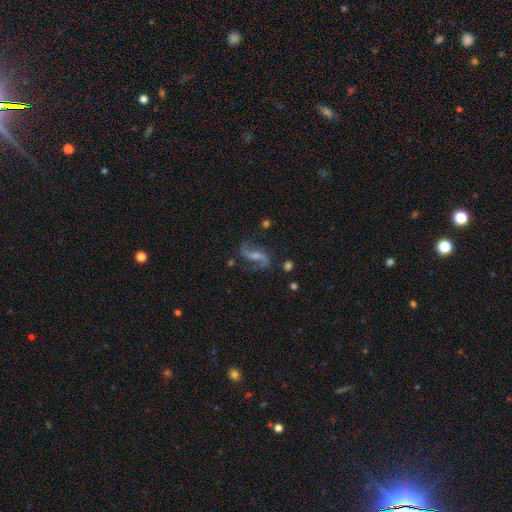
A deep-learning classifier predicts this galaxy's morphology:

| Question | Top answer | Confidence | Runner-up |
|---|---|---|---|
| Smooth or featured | featured or disk | 88% | star or artifact (6%) |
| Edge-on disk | no | 97% | yes (3%) |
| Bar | weak | 44% | no (30%) |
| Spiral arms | yes | 96% | no (4%) |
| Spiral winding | loose | 70% | medium (25%) |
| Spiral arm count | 2 | 93% | 1 (2%) |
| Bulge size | small | 45% | moderate (27%) |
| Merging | none | 73% | minor disturbance (15%) |